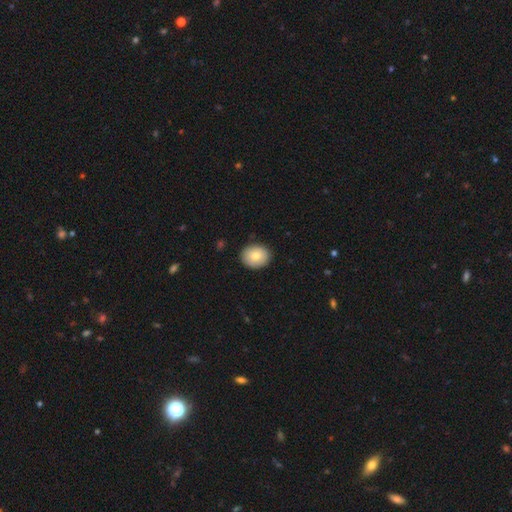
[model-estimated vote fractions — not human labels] Overall: smooth (77%). How rounded: round (65%; in between 34%). Merging: none (89%).